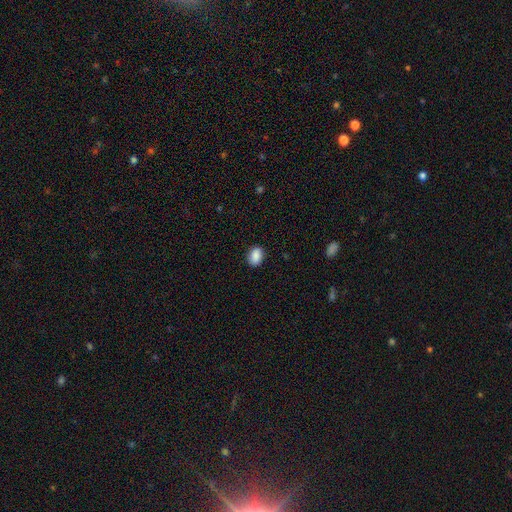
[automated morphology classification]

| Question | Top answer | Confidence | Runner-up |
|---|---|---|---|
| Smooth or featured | smooth | 88% | star or artifact (8%) |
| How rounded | in between | 73% | round (26%) |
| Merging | none | 86% | minor disturbance (10%) |